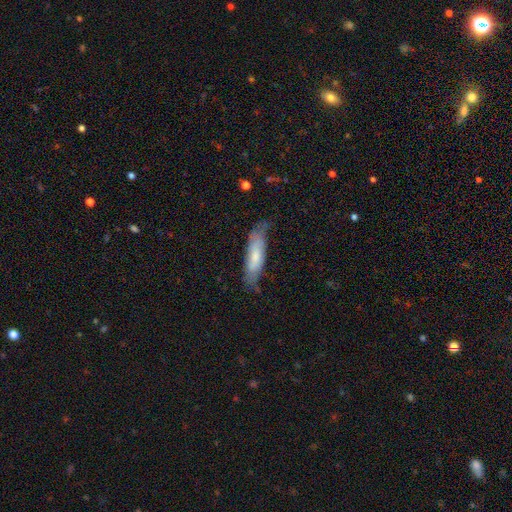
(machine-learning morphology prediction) Q: Smooth or featured?
A: smooth (63%); runner-up: featured or disk (31%)
Q: How rounded?
A: cigar-shaped (62%); runner-up: in between (37%)
Q: Merging?
A: none (61%); runner-up: minor disturbance (29%)